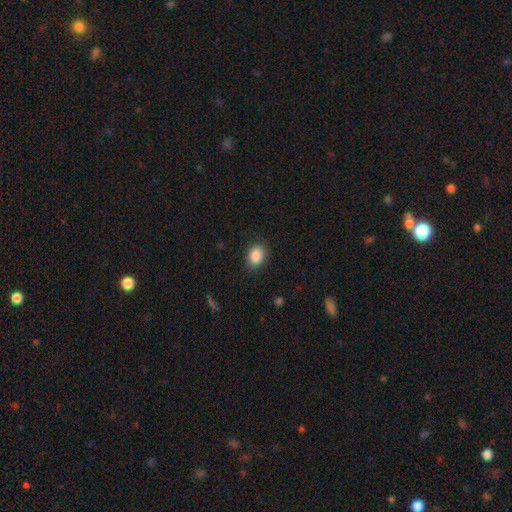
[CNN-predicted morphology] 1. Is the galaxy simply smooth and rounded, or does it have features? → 88% smooth, 8% star or artifact, 4% featured or disk.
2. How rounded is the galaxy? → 59% in between, 40% round, 1% cigar-shaped.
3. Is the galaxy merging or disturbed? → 86% none, 10% minor disturbance, 3% major disturbance, 1% merger.